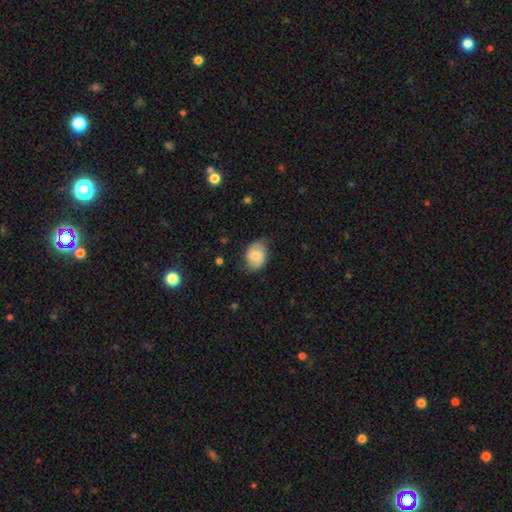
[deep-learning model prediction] A smooth galaxy with no disk features (61%) that is in between round and cigar-shaped (73%). Merging: none (69%).